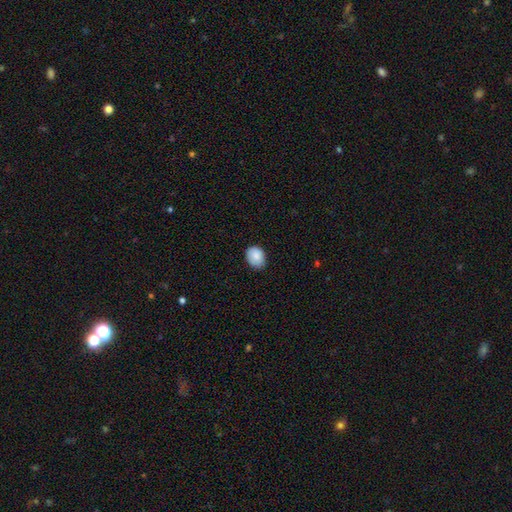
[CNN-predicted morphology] Overall: smooth (87%). How rounded: in between (55%; round 44%). Merging: none (76%).